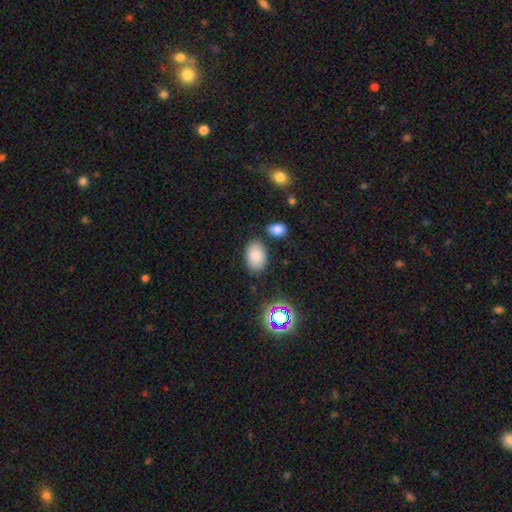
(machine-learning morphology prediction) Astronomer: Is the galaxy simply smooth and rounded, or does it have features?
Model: smooth — 83%.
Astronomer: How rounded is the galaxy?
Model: in between — 88%.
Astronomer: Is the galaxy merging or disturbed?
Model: none — 78%.